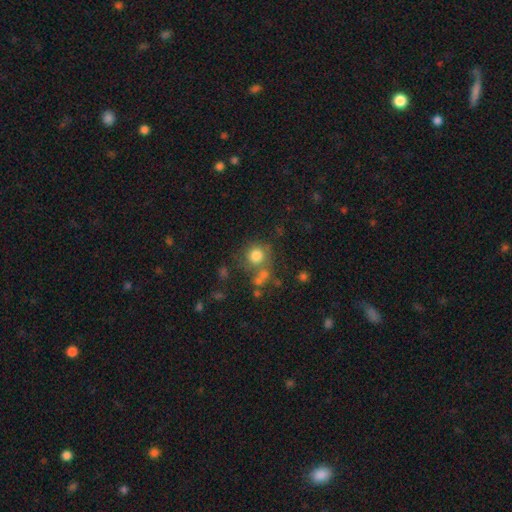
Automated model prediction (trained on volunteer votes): smooth 77%, star or artifact 12%, featured or disk 10%. Down the decision tree: how rounded — round (89%); merging — none (58%).